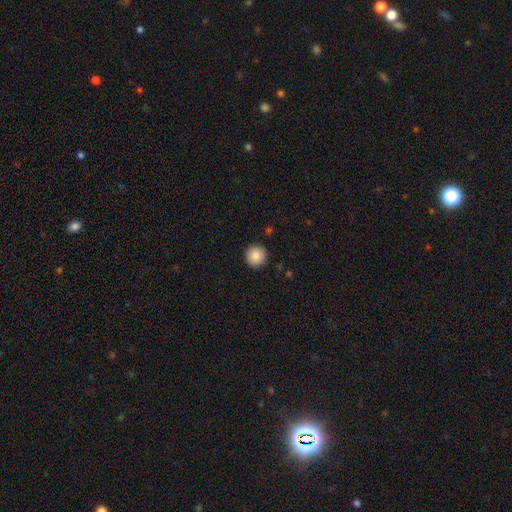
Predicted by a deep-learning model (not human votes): smooth 86%, star or artifact 8%, featured or disk 6%. Down the decision tree: how rounded — round (95%); merging — none (92%).